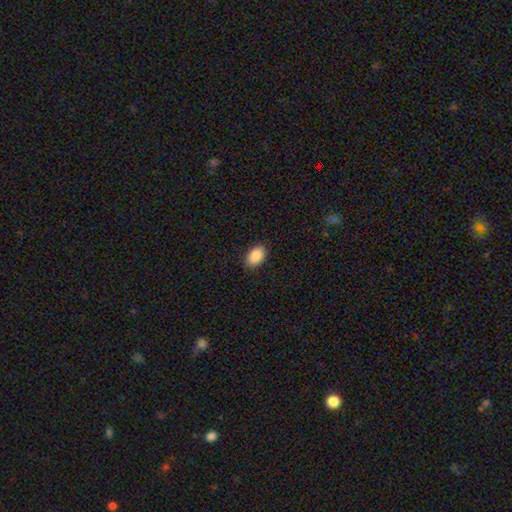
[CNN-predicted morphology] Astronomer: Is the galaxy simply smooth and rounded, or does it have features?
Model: smooth — 90%.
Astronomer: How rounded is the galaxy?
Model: in between — 91%.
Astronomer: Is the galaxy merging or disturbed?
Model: none — 87%.